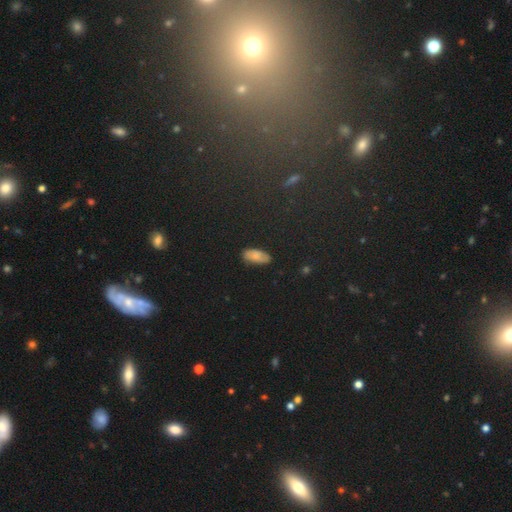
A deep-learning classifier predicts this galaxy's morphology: Smooth or featured? Predicted: smooth (p=0.69). How rounded? Predicted: in between (p=0.89). Merging? Predicted: none (p=0.81).